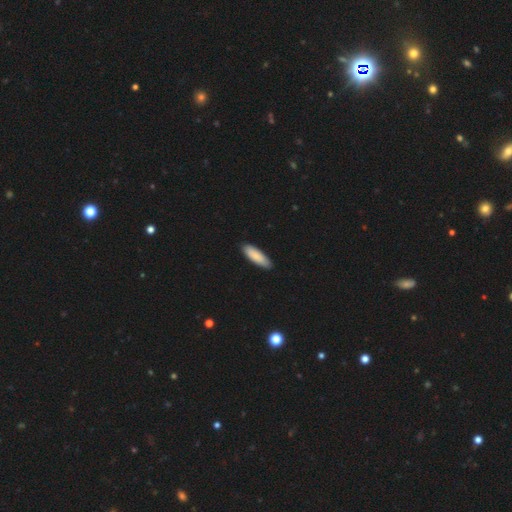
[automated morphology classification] Overall: smooth (88%). How rounded: in between (53%; cigar-shaped 45%). Merging: none (88%).